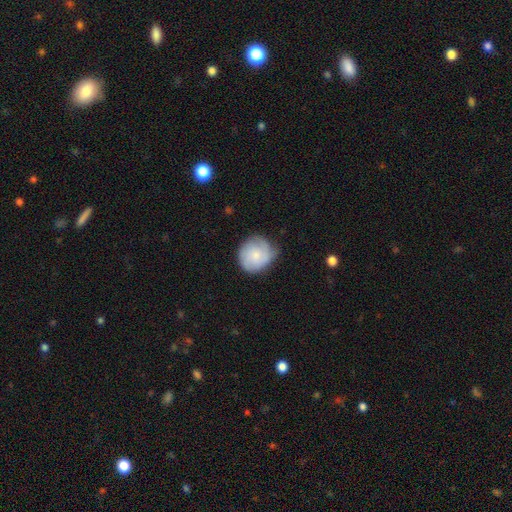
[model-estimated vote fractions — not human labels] smooth_or_featured: smooth (p=0.59) [alt: featured or disk p=0.35]
how_rounded: round (p=0.82) [alt: in between p=0.17]
merging: none (p=0.60) [alt: minor disturbance p=0.31]